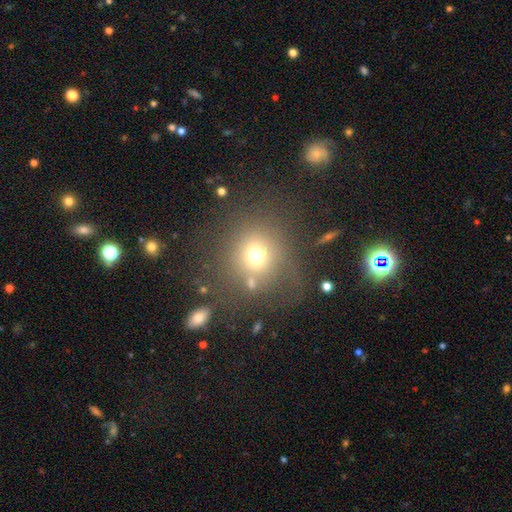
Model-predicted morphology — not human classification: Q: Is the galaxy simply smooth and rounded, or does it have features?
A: smooth — 68%.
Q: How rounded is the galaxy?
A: round — 88%.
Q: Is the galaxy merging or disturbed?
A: none — 66%.